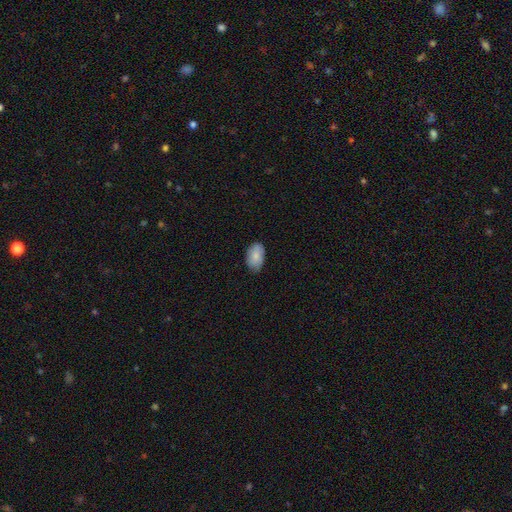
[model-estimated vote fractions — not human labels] Smooth or featured? Predicted: smooth (p=0.85). How rounded? Predicted: in between (p=0.93). Merging? Predicted: none (p=0.77).